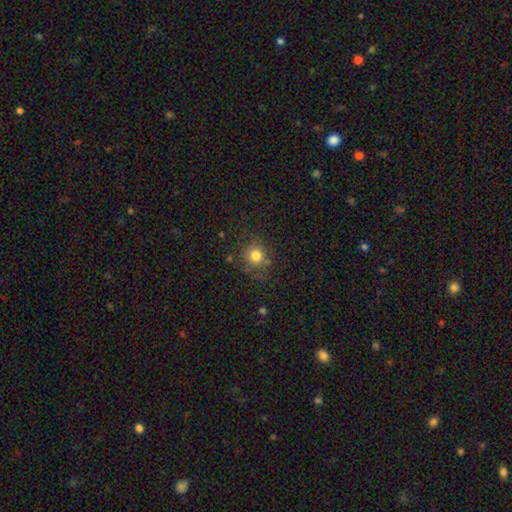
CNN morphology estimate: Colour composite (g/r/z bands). It shows a smooth galaxy with no disk features (79%) that is round (88%). Merging: none (76%).